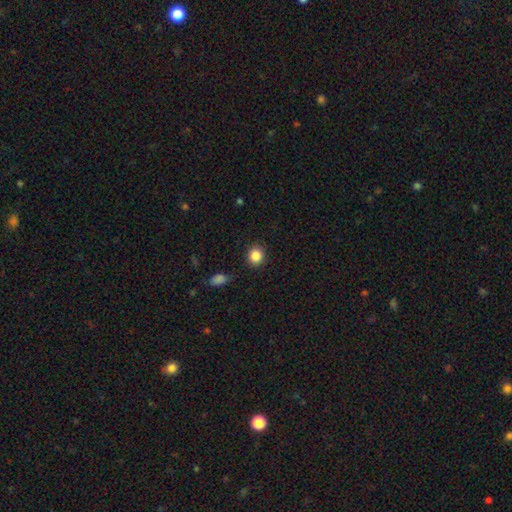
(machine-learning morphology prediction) The model was most divided on "how rounded": round: 85%, in between: 14%, cigar-shaped: 1%. More confident: merging — none (88%); smooth or featured — smooth (86%).